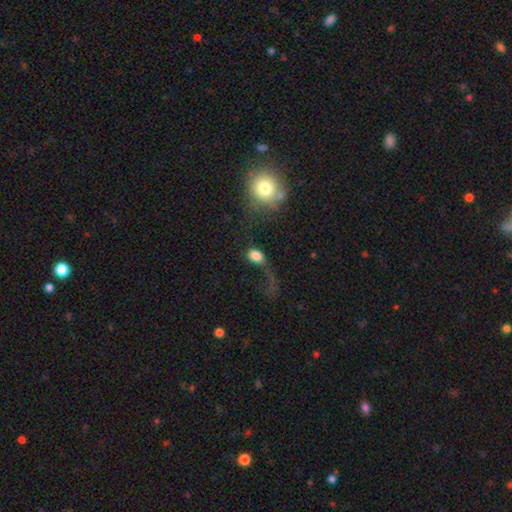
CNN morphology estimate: This is likely a smooth galaxy (75%). How rounded: likely in between (66%). Merging: possibly major disturbance (51%).